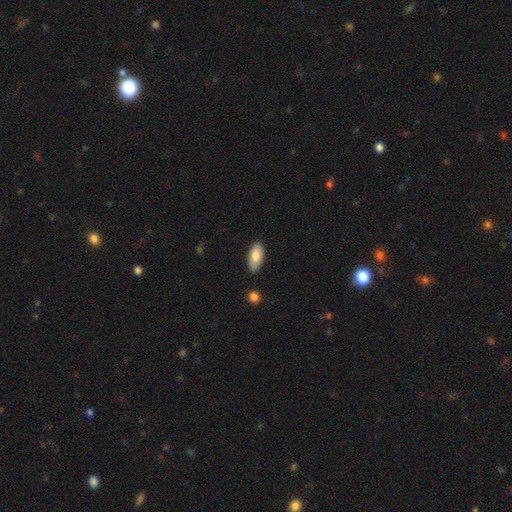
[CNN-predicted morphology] Smooth or featured? smooth (85%)
How rounded? in between (90%)
Merging? none (85%)